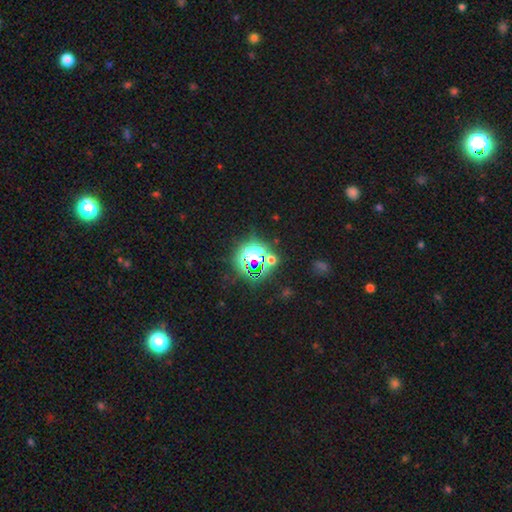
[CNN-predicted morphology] This appears to be a star or artifact, not a galaxy (73%).